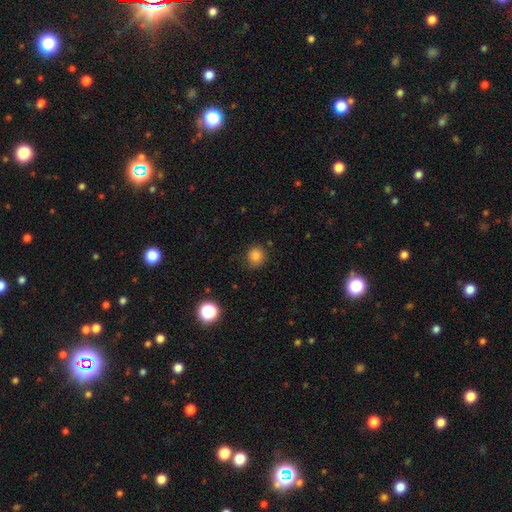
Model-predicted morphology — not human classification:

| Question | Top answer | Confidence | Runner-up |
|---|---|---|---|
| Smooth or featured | smooth | 82% | star or artifact (13%) |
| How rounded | round | 88% | in between (11%) |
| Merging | none | 84% | minor disturbance (12%) |